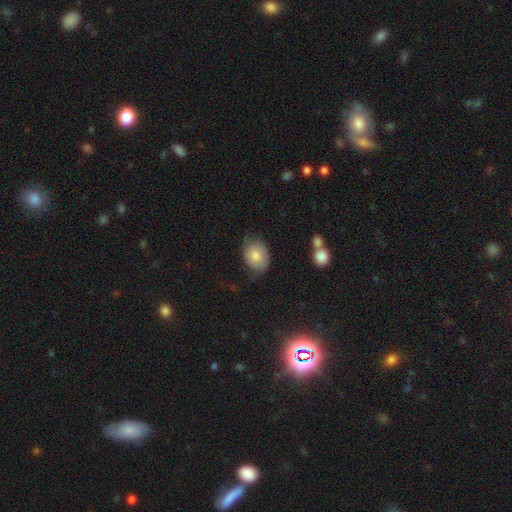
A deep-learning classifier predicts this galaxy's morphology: A smooth galaxy with no disk features (73%) that is in between round and cigar-shaped (69%).

Vote fractions:
- Smooth or featured? smooth: 73% / featured or disk: 20% / star or artifact: 7%
- How rounded? in between: 69% / round: 30% / cigar-shaped: 1%
- Merging? none: 52% / minor disturbance: 33% / major disturbance: 12% / merger: 3%